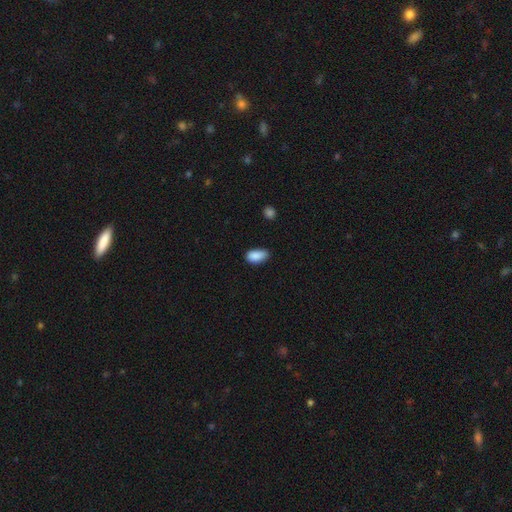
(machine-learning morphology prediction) The model was most divided on "merging": none: 70%, minor disturbance: 24%, major disturbance: 4%, merger: 2%. More confident: how rounded — in between (93%); smooth or featured — smooth (89%).